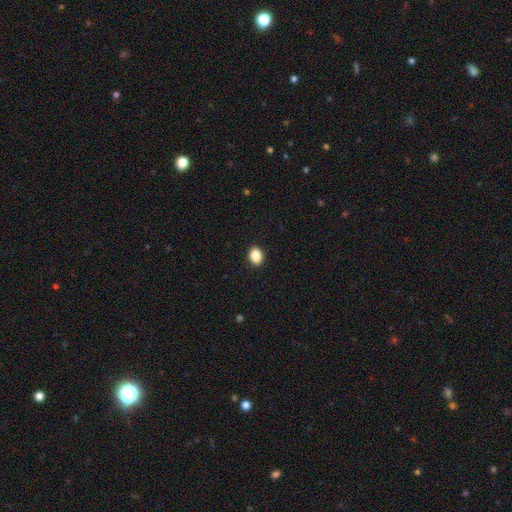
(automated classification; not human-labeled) Morphology: type=smooth (88%); roundness=in between (59%); merging=none (91%).